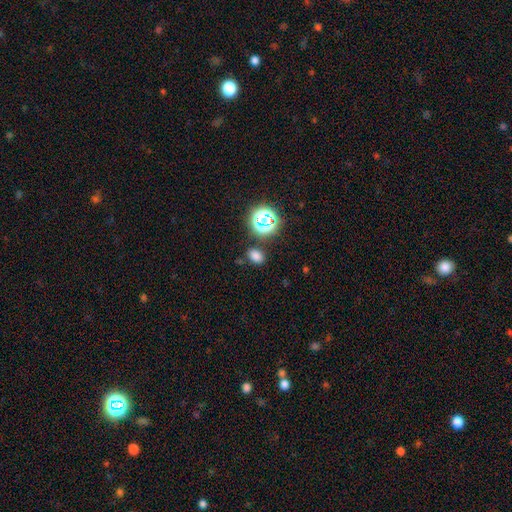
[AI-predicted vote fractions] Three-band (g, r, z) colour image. It shows a smooth galaxy with no disk features (71%) that is in between round and cigar-shaped (72%). Merging: none (81%).